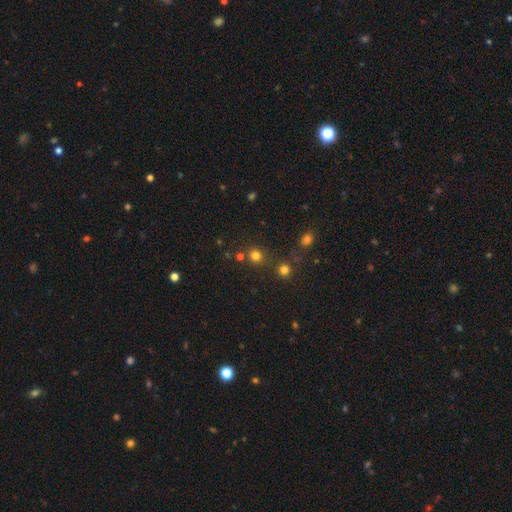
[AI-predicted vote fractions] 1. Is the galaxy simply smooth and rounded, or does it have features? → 76% smooth, 19% star or artifact, 5% featured or disk.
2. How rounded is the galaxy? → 86% round, 13% in between, 1% cigar-shaped.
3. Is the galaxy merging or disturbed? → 78% none, 11% merger, 8% minor disturbance, 3% major disturbance.